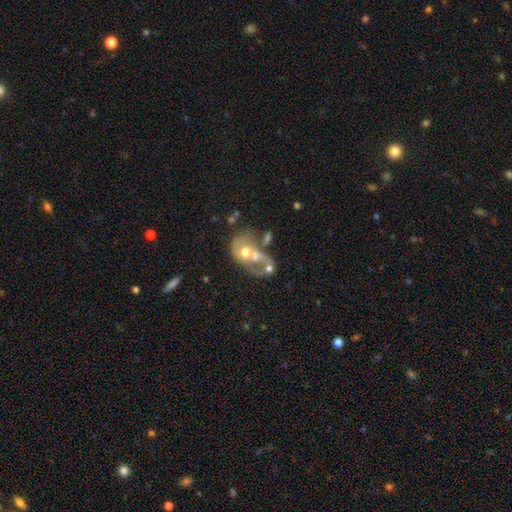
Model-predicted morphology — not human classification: Smooth or featured?
  - featured or disk: 51% *
  - smooth: 39%
  - star or artifact: 10%
Edge-on disk?
  - no: 96% *
  - yes: 4%
Merging?
  - merger: 64% *
  - major disturbance: 17%
  - none: 12%
  - minor disturbance: 8%